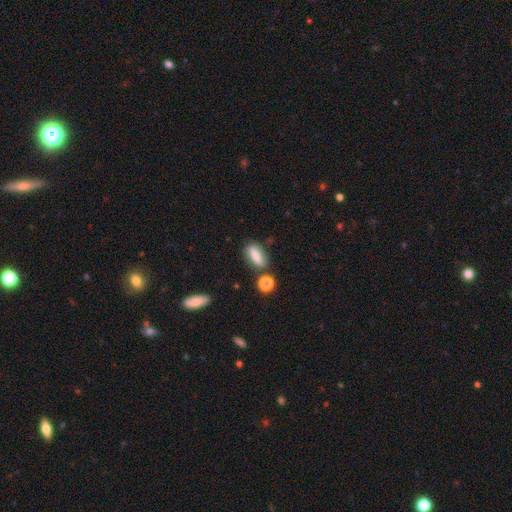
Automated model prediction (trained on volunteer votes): smooth-or-featured: smooth: 69% | featured or disk: 21% | star or artifact: 10%
  how-rounded: in between: 69% | cigar-shaped: 24% | round: 7%
  merging: none: 67% | minor disturbance: 19% | merger: 8% | major disturbance: 6%